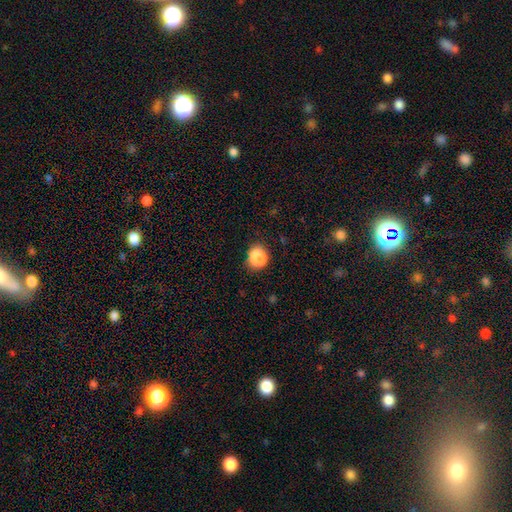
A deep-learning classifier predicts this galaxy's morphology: A smooth galaxy with no disk features (84%) that is round (63%). Merging: none (76%).